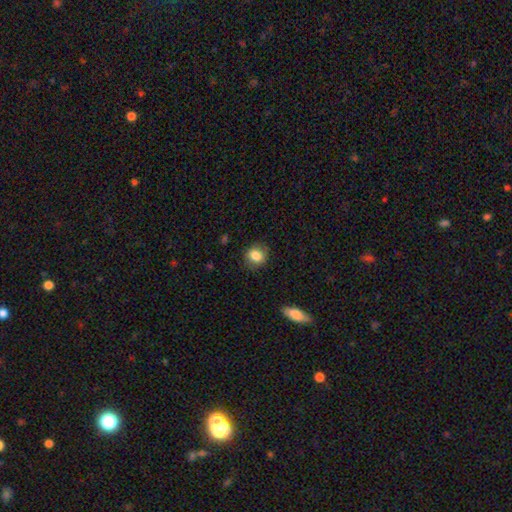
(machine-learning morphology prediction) smooth_or_featured: smooth (p=0.84) [alt: star or artifact p=0.09]
how_rounded: round (p=0.71) [alt: in between p=0.27]
merging: none (p=0.83) [alt: minor disturbance p=0.13]